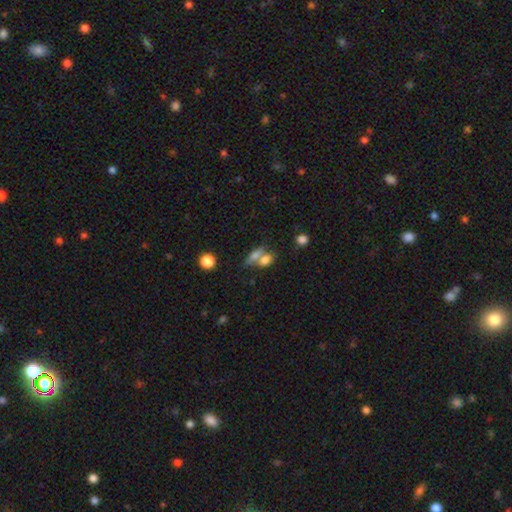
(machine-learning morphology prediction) smooth_or_featured: smooth (p=0.67) [alt: featured or disk p=0.21]
how_rounded: in between (p=0.64) [alt: cigar-shaped p=0.19]
merging: merger (p=0.51) [alt: none p=0.35]